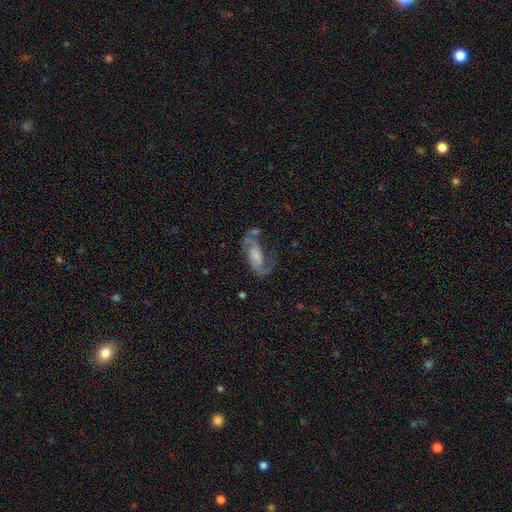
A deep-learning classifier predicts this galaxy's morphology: type=featured or disk (81%); edge-on=no (96%); bar=no (50%); spiral arms=yes (95%); winding=medium (46%); arm count=2 (87%); bulge=small (30%); merging=none (55%).